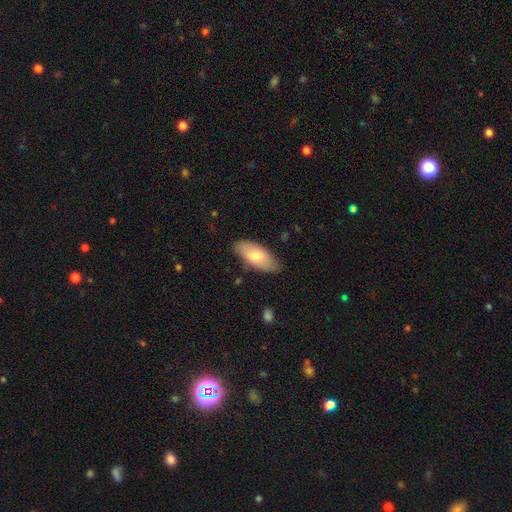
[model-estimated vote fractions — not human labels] Smooth or featured? Predicted: smooth (p=0.72). How rounded? Predicted: in between (p=0.89). Merging? Predicted: none (p=0.80).